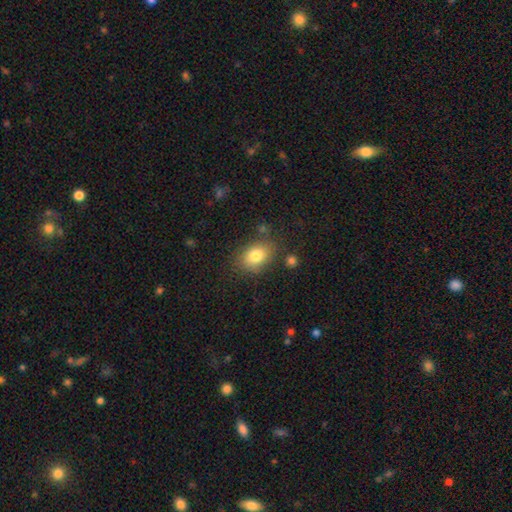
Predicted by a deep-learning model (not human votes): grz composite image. It shows a smooth galaxy with no disk features (80%) that is in between round and cigar-shaped (72%). Merging: none (76%).